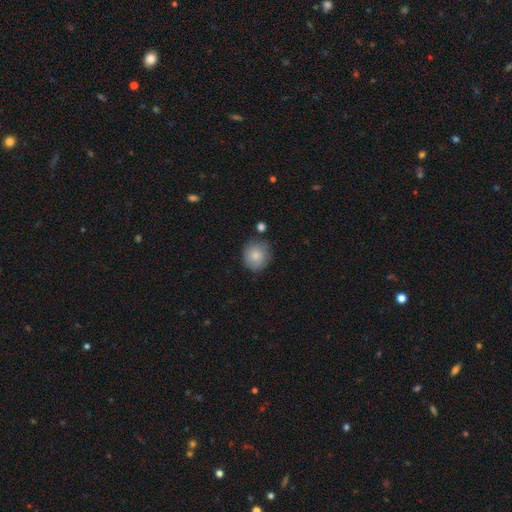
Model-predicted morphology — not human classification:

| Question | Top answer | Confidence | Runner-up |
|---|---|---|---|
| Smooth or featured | smooth | 81% | featured or disk (12%) |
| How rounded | round | 84% | in between (15%) |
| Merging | none | 73% | minor disturbance (19%) |